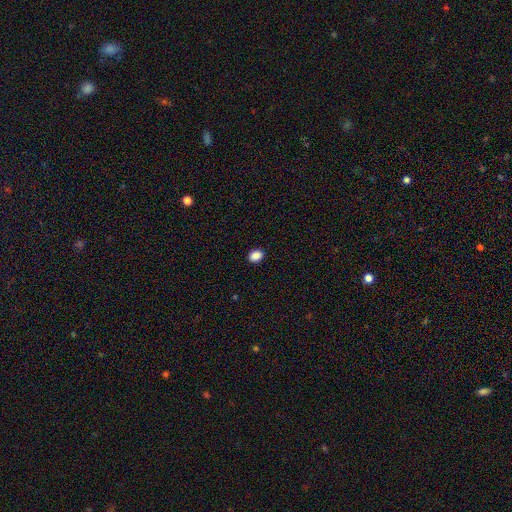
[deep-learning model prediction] The model was most divided on "how rounded": in between: 65%, round: 34%, cigar-shaped: 1%. More confident: merging — none (91%); smooth or featured — smooth (89%).